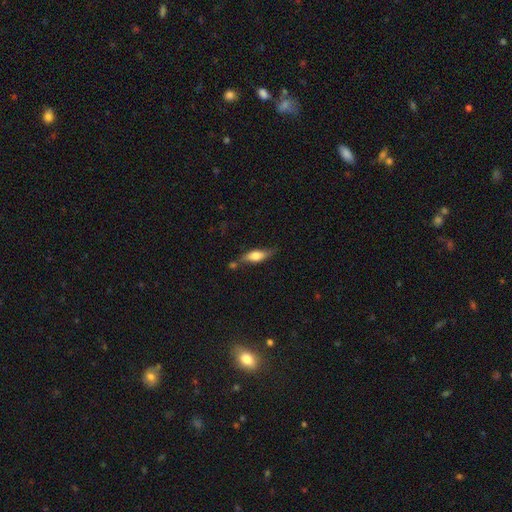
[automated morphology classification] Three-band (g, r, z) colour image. It shows a smooth galaxy with no disk features (56%) that is in between round and cigar-shaped (58%). Merging: none (61%).